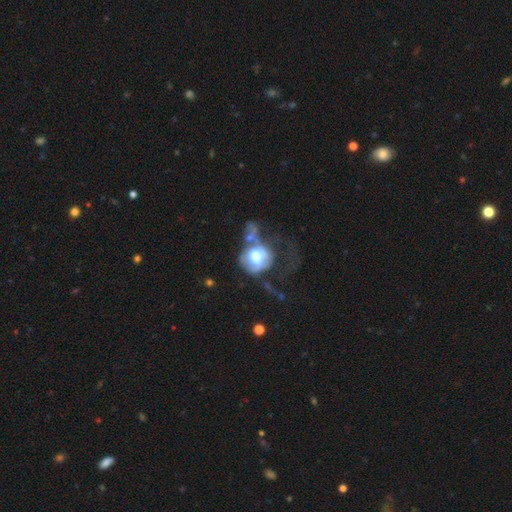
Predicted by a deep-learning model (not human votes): Smooth or featured?
  - featured or disk: 46% *
  - smooth: 44%
  - star or artifact: 10%
Merging?
  - major disturbance: 49% *
  - merger: 21%
  - none: 16%
  - minor disturbance: 14%